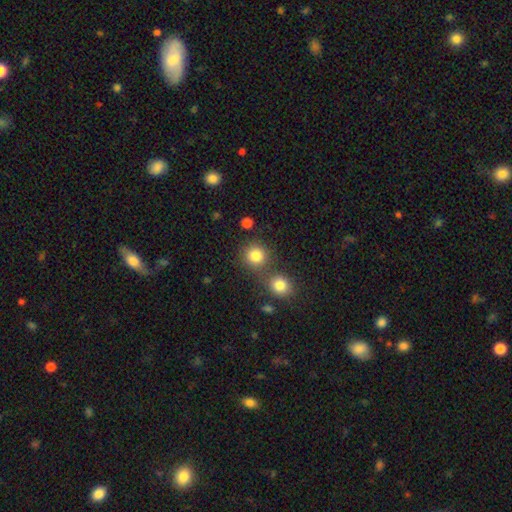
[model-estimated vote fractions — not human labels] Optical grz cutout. It shows a smooth galaxy with no disk features (83%) that is round (89%). Merging: none (66%).